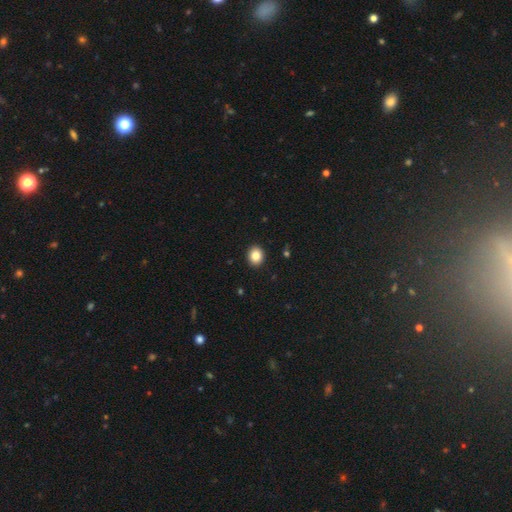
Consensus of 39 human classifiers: smooth 87%, featured or disk 8%, star or artifact 5%. Down the decision tree: how rounded — round (71%); merging — none (95%).